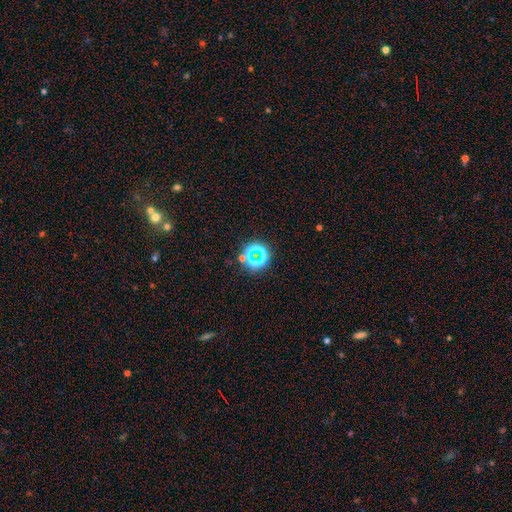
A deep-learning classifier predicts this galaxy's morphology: A star or artifact, not a galaxy (53%).